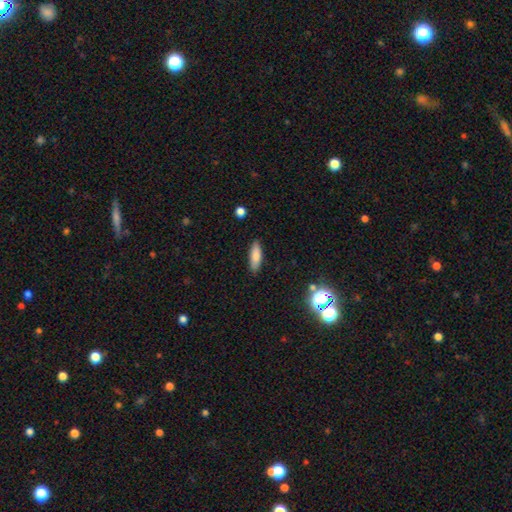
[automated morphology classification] Smooth or featured: smooth — 82% (featured or disk — 10%)
How rounded: in between — 53% (cigar-shaped — 45%)
Merging: none — 88% (minor disturbance — 9%)